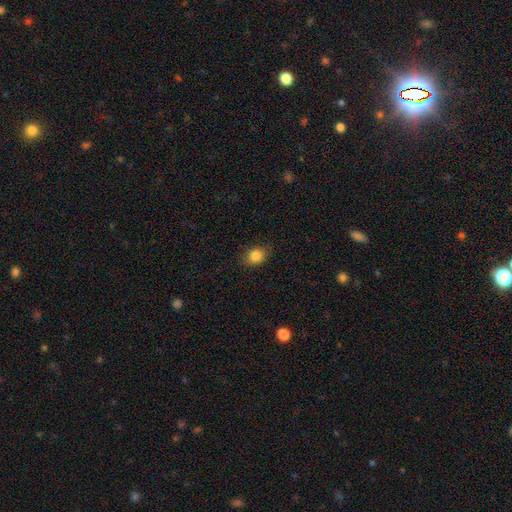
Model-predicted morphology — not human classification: Q: Smooth or featured?
A: smooth (85%); runner-up: star or artifact (10%)
Q: How rounded?
A: in between (57%); runner-up: round (42%)
Q: Merging?
A: none (80%); runner-up: minor disturbance (15%)